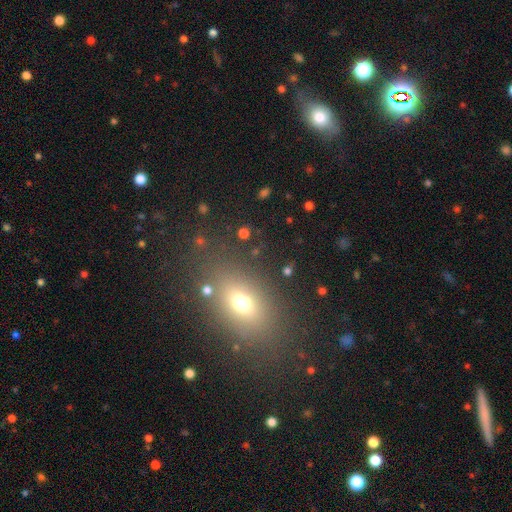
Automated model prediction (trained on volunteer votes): smooth_or_featured: smooth (p=0.64) [alt: star or artifact p=0.22]
how_rounded: in between (p=0.72) [alt: round p=0.24]
merging: none (p=0.82) [alt: minor disturbance p=0.10]